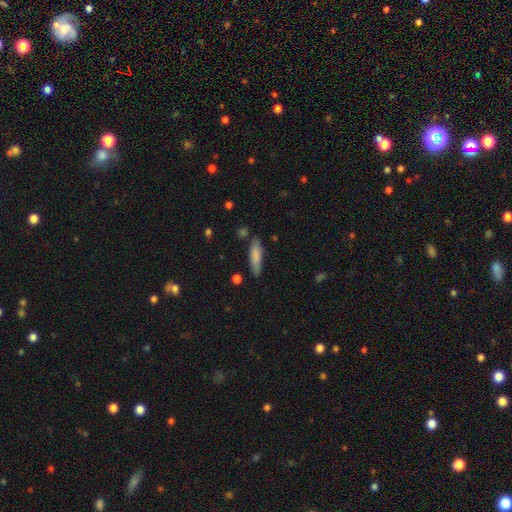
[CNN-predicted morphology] Smooth or featured?
  - smooth: 80% *
  - featured or disk: 14%
  - star or artifact: 6%
How rounded?
  - cigar-shaped: 69% *
  - in between: 29%
  - round: 2%
Merging?
  - none: 79% *
  - minor disturbance: 15%
  - merger: 3%
  - major disturbance: 3%